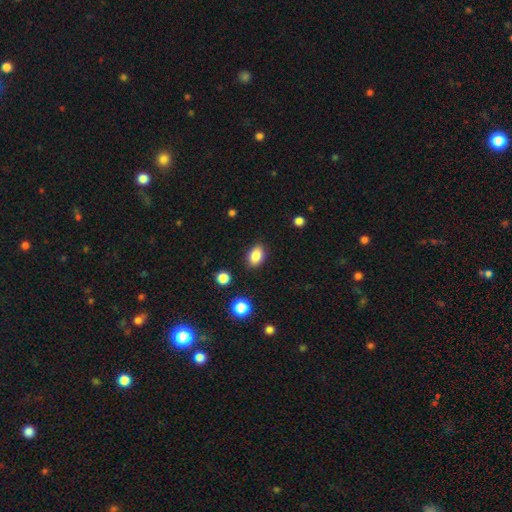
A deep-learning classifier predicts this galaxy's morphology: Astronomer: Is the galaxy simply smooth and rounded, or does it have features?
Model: smooth — 86%.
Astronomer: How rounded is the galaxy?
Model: in between — 82%.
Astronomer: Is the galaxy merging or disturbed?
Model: none — 87%.